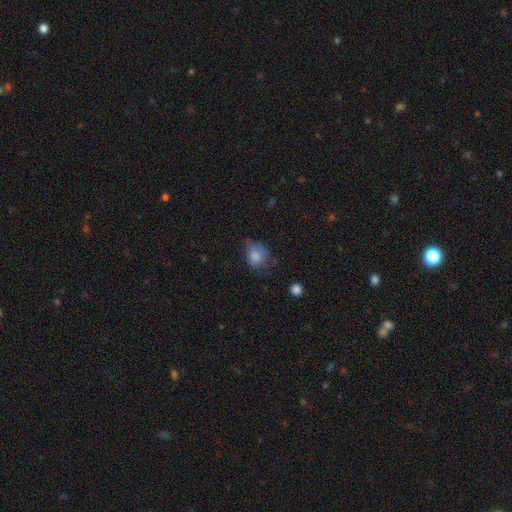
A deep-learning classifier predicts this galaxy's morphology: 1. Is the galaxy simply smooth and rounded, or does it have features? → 79% smooth, 11% featured or disk, 10% star or artifact.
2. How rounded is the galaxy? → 61% round, 38% in between, 1% cigar-shaped.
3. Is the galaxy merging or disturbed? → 42% none, 36% minor disturbance, 19% major disturbance, 3% merger.